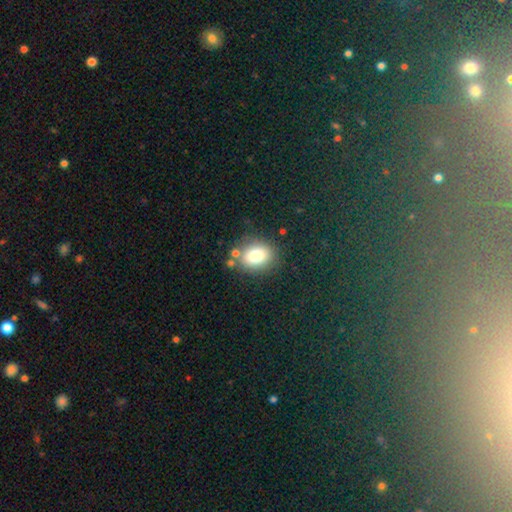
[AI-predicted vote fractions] This appears to be a smooth galaxy with no disk features (80%) that is in between round and cigar-shaped (59%). Merging: none (75%).